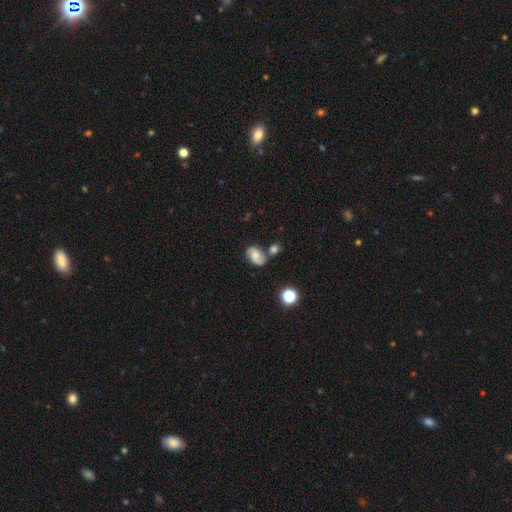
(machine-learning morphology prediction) This is possibly a featured or disk galaxy (51%). It is clearly not viewed edge-on (97%). Merging: possibly none (57%).